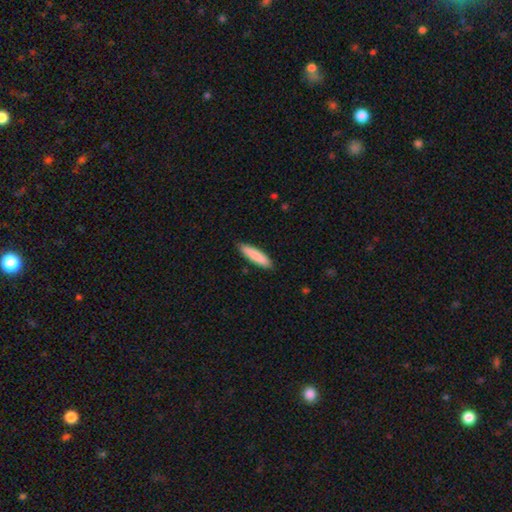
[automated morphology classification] This is clearly a smooth galaxy (86%). How rounded: likely cigar-shaped (80%). Merging: clearly none (89%).